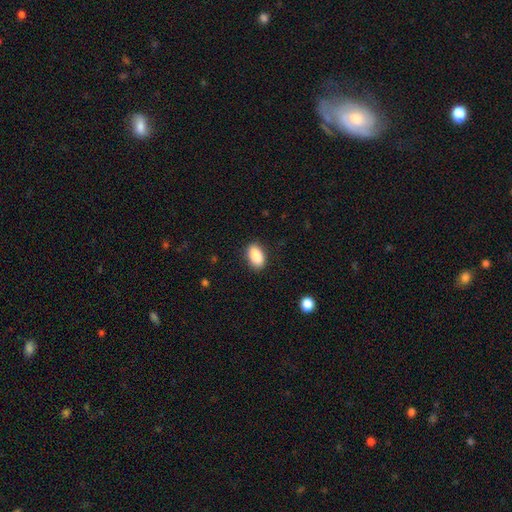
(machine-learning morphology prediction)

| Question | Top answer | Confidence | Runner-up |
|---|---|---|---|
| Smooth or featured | smooth | 89% | star or artifact (7%) |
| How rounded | in between | 91% | round (6%) |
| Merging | none | 88% | minor disturbance (9%) |